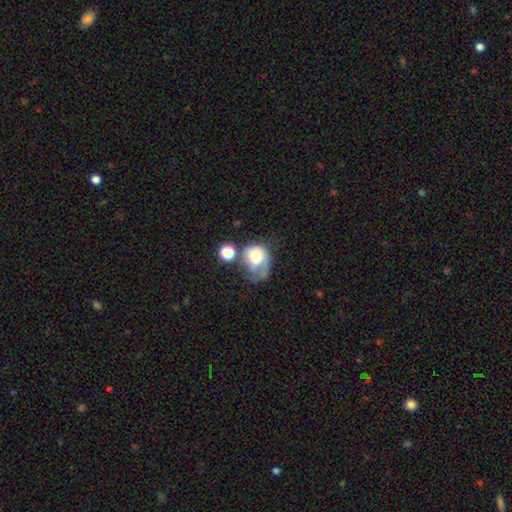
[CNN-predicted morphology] smooth_or_featured: smooth (p=0.51) [alt: featured or disk p=0.40]
how_rounded: round (p=0.56) [alt: in between p=0.43]
merging: major disturbance (p=0.38) [alt: none p=0.22]